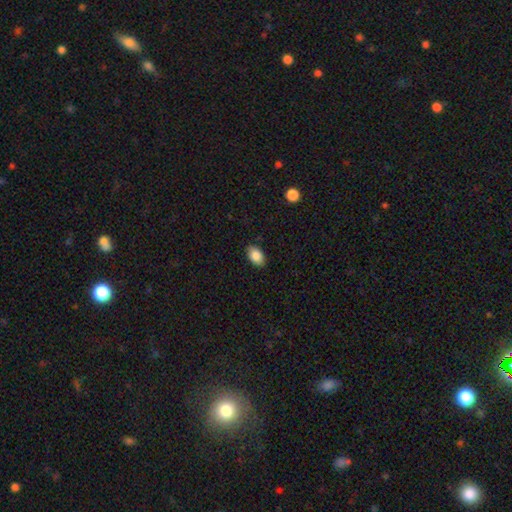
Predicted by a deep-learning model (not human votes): A smooth galaxy with no disk features (87%) that is in between round and cigar-shaped (90%). Merging: none (88%).